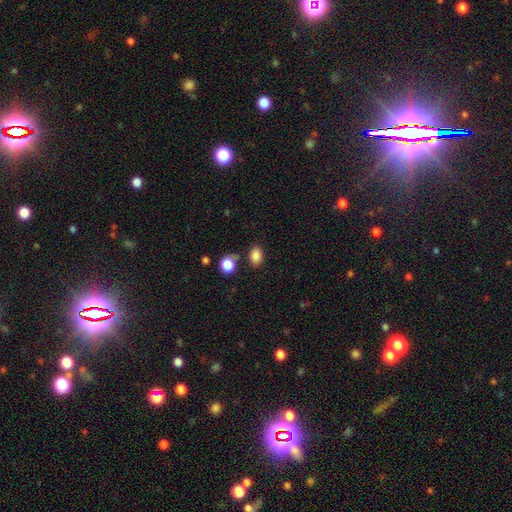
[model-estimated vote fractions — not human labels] smooth_or_featured: smooth (p=0.85) [alt: star or artifact p=0.11]
how_rounded: in between (p=0.77) [alt: round p=0.22]
merging: none (p=0.74) [alt: minor disturbance p=0.13]